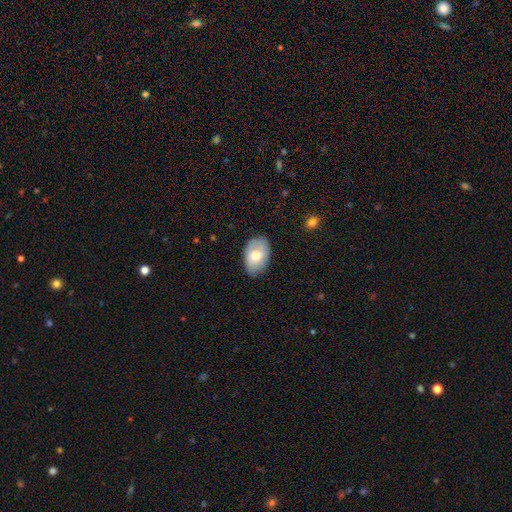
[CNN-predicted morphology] type=smooth (68%); roundness=in between (89%); merging=none (74%).